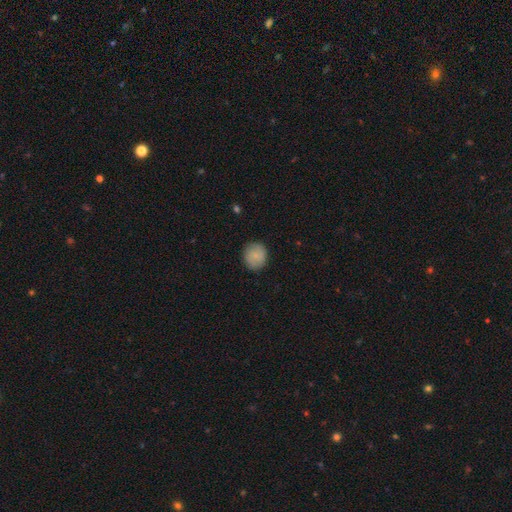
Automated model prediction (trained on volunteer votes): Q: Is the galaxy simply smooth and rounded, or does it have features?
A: smooth — 78%.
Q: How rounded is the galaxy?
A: round — 81%.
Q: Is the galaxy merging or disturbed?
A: none — 87%.